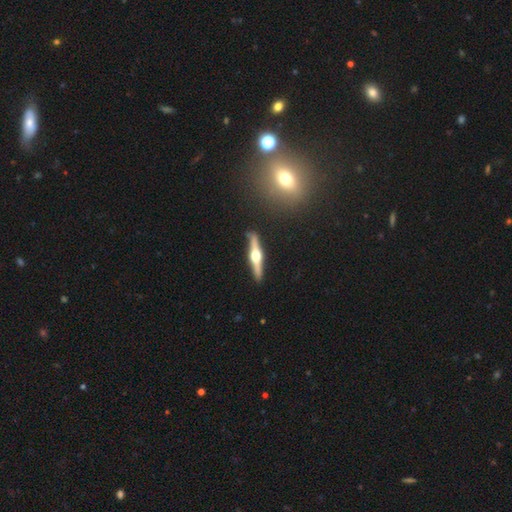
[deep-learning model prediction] smooth-or-featured: featured or disk: 78% | smooth: 18% | star or artifact: 5%
  disk-edge-on: yes: 98% | no: 2%
    edge-on-bulge: rounded: 95% | boxy: 3% | none: 2%
  merging: none: 89% | minor disturbance: 7% | major disturbance: 2% | merger: 2%